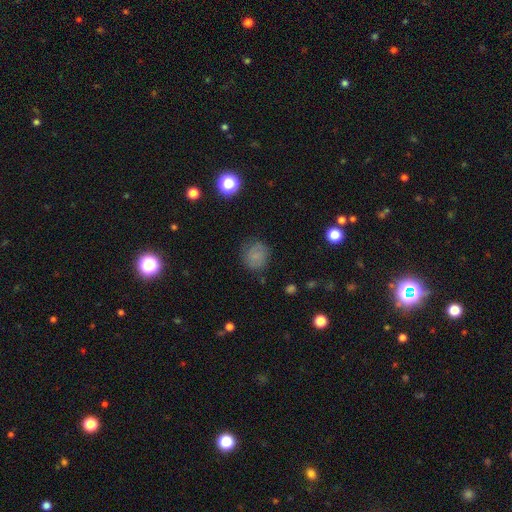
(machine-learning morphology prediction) Q: Smooth or featured?
A: smooth (69%); runner-up: featured or disk (18%)
Q: How rounded?
A: round (79%); runner-up: in between (20%)
Q: Merging?
A: none (73%); runner-up: minor disturbance (19%)